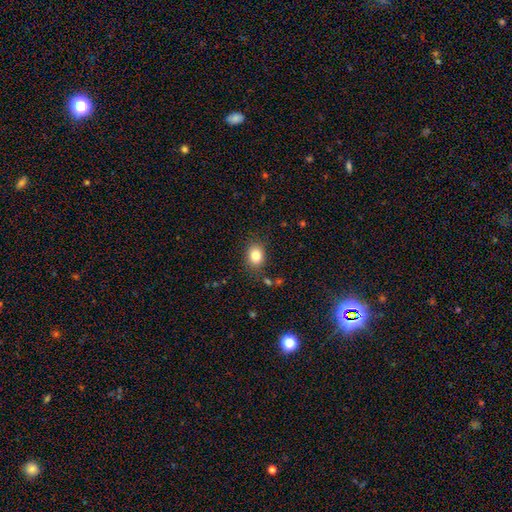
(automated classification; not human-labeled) A smooth galaxy with no disk features (82%) that is in between round and cigar-shaped (50%). Merging: none (84%).